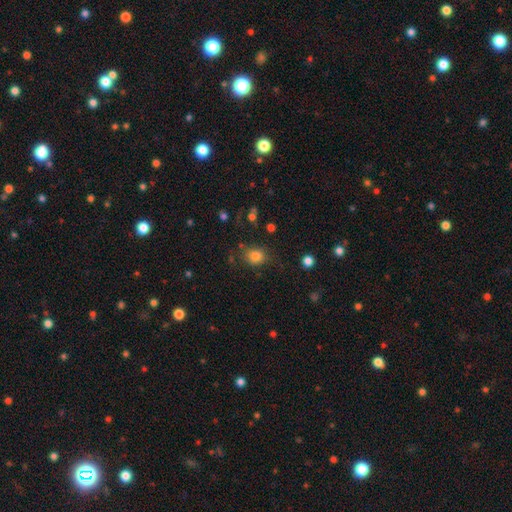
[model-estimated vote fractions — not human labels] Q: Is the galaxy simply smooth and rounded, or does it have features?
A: smooth — 81%.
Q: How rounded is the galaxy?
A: round — 66%.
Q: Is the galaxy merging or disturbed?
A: none — 74%.